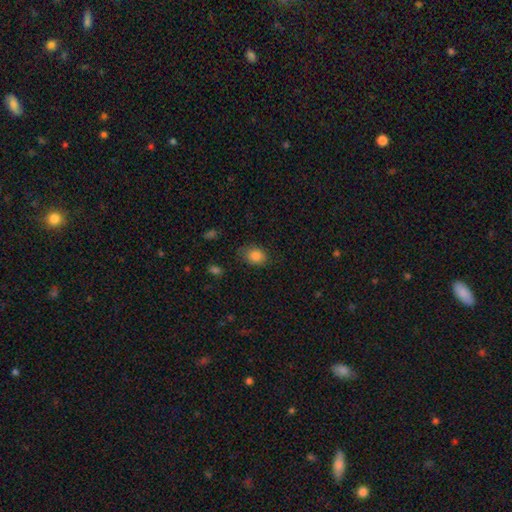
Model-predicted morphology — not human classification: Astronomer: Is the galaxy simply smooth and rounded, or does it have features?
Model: smooth — 84%.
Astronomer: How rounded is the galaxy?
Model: in between — 63%.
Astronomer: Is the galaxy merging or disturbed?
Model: none — 75%.